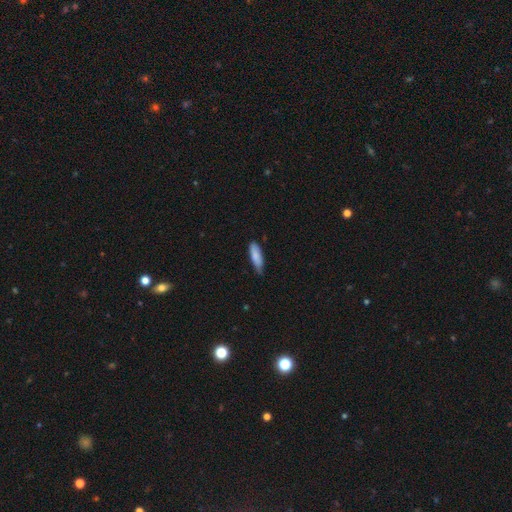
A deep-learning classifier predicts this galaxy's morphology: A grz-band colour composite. It shows a smooth galaxy with no disk features (84%) that is in between round and cigar-shaped (49%, tied with cigar-shaped). Merging: none (57%).